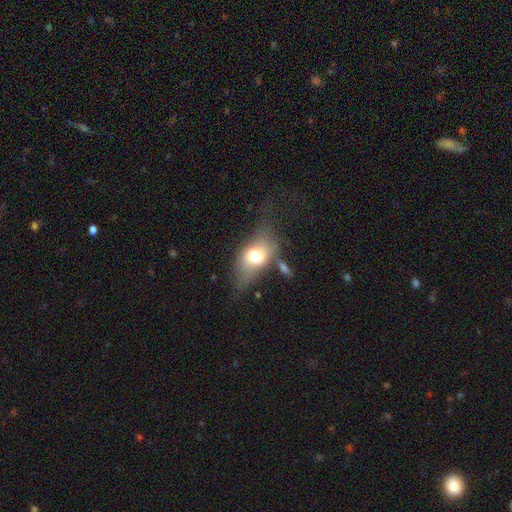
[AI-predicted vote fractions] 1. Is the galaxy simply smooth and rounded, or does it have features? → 64% smooth, 26% featured or disk, 10% star or artifact.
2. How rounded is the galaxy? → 79% in between, 16% round, 4% cigar-shaped.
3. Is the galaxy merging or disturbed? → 46% none, 25% minor disturbance, 20% major disturbance, 9% merger.